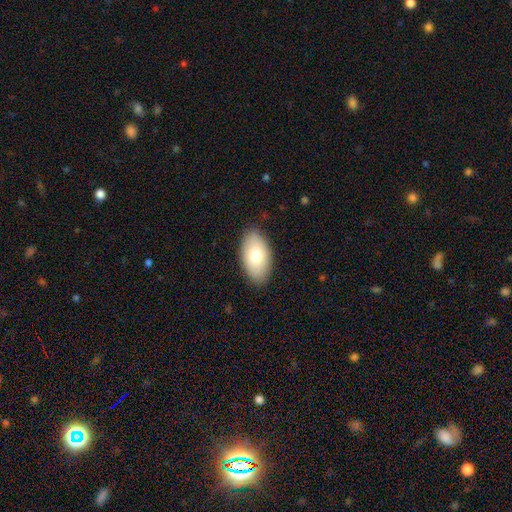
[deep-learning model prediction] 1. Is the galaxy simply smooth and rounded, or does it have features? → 75% smooth, 18% featured or disk, 7% star or artifact.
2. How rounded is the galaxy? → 94% in between, 4% round, 2% cigar-shaped.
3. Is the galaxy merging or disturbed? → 85% none, 11% minor disturbance, 2% major disturbance, 1% merger.